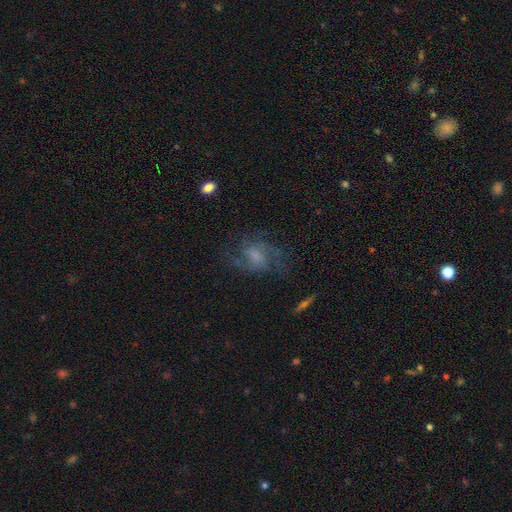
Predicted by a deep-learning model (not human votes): Q: Smooth or featured?
A: featured or disk (73%); runner-up: smooth (15%)
Q: Edge-on disk?
A: no (97%); runner-up: yes (3%)
Q: Bar?
A: no (49%); runner-up: weak (44%)
Q: Spiral arms?
A: yes (92%); runner-up: no (8%)
Q: Spiral winding?
A: medium (53%); runner-up: loose (26%)
Q: Spiral arm count?
A: 2 (53%); runner-up: can't tell (19%)
Q: Bulge size?
A: moderate (36%); tied with: small (36%)
Q: Merging?
A: none (67%); runner-up: minor disturbance (17%)